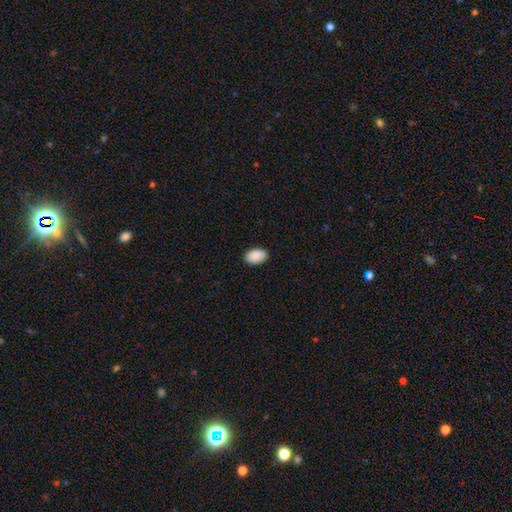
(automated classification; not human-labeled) The model was most divided on "how rounded": in between: 90%, round: 9%, cigar-shaped: 1%. More confident: smooth or featured — smooth (91%); merging — none (90%).